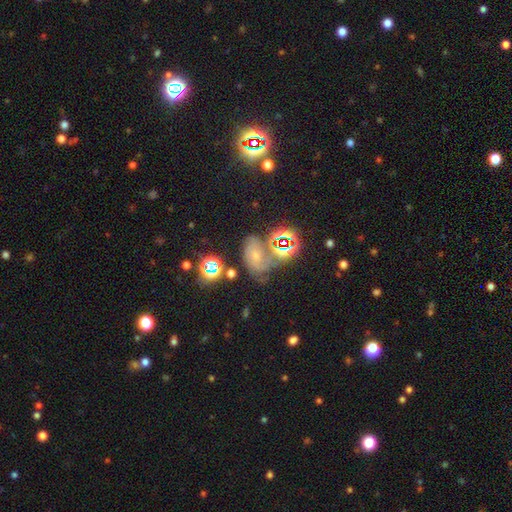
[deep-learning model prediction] featured or disk 39%, star or artifact 33%, smooth 28%. Down the decision tree: merging — none (42%).